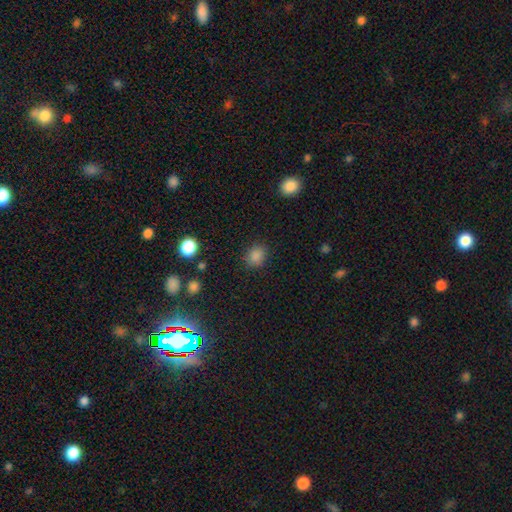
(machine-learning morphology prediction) A smooth galaxy with no disk features (83%) that is round (62%). Merging: none (85%).